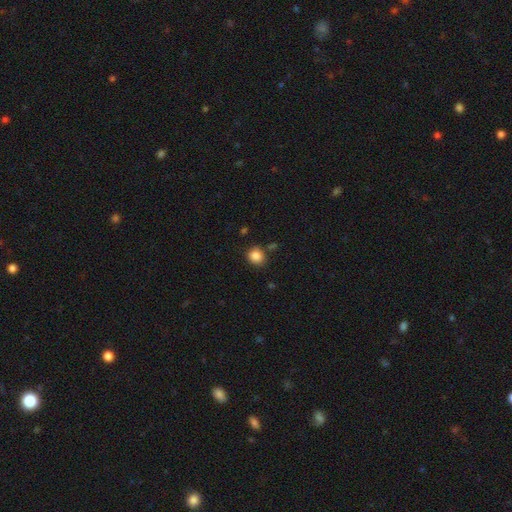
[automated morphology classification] This is clearly a smooth galaxy (86%). How rounded: likely round (79%). Merging: likely none (79%).